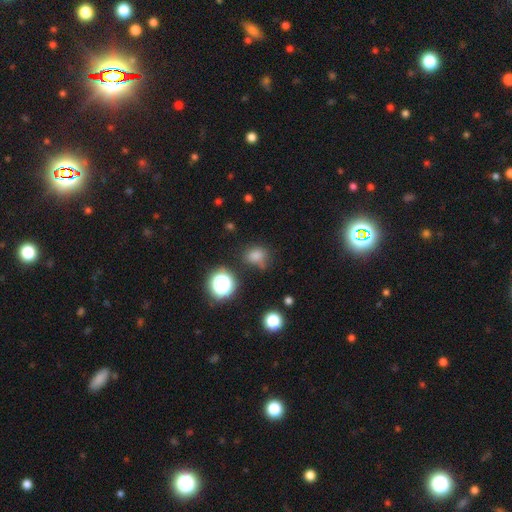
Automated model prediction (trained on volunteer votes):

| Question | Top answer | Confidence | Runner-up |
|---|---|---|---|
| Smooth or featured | smooth | 72% | star or artifact (22%) |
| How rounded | round | 65% | in between (34%) |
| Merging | none | 66% | minor disturbance (21%) |